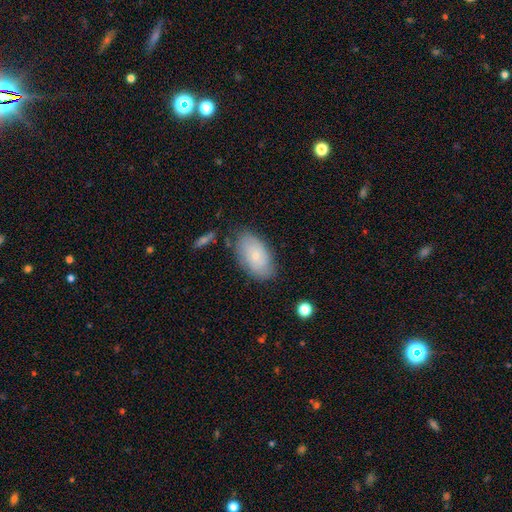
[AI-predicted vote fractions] The model was most divided on "smooth or featured": smooth: 55%, featured or disk: 38%, star or artifact: 7%. More confident: how rounded — in between (93%); merging — none (74%).